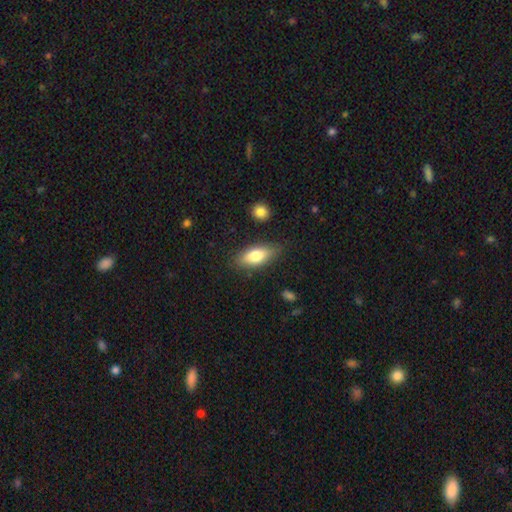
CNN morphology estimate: type=smooth (77%); roundness=in between (81%); merging=none (81%).